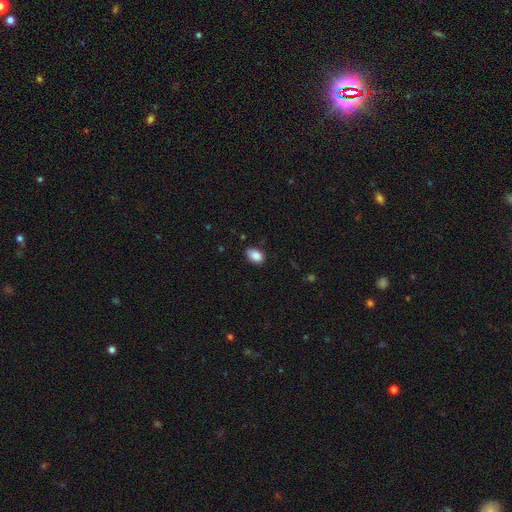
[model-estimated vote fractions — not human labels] Smooth or featured? Predicted: smooth (p=0.88). How rounded? Predicted: in between (p=0.87). Merging? Predicted: none (p=0.74).